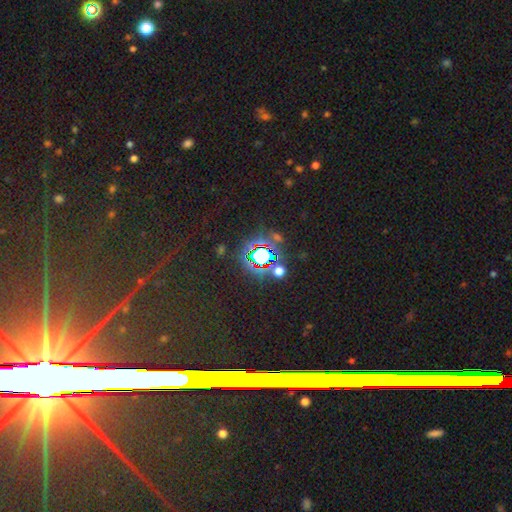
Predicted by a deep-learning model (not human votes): The model was most divided on "smooth or featured": star or artifact: 76%, smooth: 15%, featured or disk: 9%.